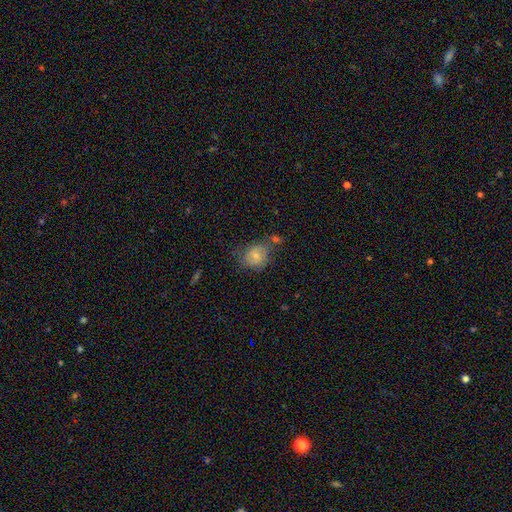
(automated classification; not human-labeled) Q: Smooth or featured?
A: smooth (63%); runner-up: featured or disk (28%)
Q: How rounded?
A: round (54%); runner-up: in between (45%)
Q: Merging?
A: none (47%); runner-up: minor disturbance (27%)